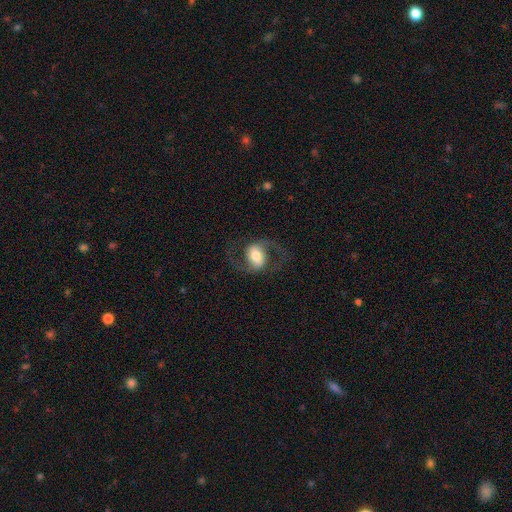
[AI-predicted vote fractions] A featured or disk galaxy (76%) with a weak bar (40%), 2 (92%) medium (49%) spiral arms (92%) and a moderate central bulge (56%).

Vote fractions:
- Smooth or featured? featured or disk: 76% / smooth: 17% / star or artifact: 7%
- Edge-on disk? no: 96% / yes: 4%
- Bar? weak: 40% / strong: 31% / no: 29%
- Spiral arms? yes: 92% / no: 8%
- Spiral winding? medium: 49% / loose: 42% / tight: 9%
- Spiral arm count? 2: 92% / can't tell: 3% / 1: 2% / 3: 1% / 4: 1% / more than 4: 1%
- Bulge size? moderate: 56% / large: 26% / small: 12% / dominant: 4% / none: 2%
- Merging? none: 74% / major disturbance: 13% / minor disturbance: 13% / merger: 1%